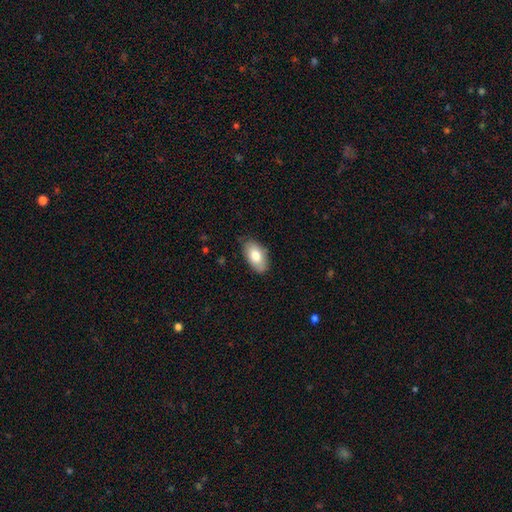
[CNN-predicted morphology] Smooth or featured?
  - smooth: 79% *
  - featured or disk: 14%
  - star or artifact: 7%
How rounded?
  - in between: 94% *
  - round: 4%
  - cigar-shaped: 2%
Merging?
  - none: 79% *
  - minor disturbance: 17%
  - major disturbance: 3%
  - merger: 1%